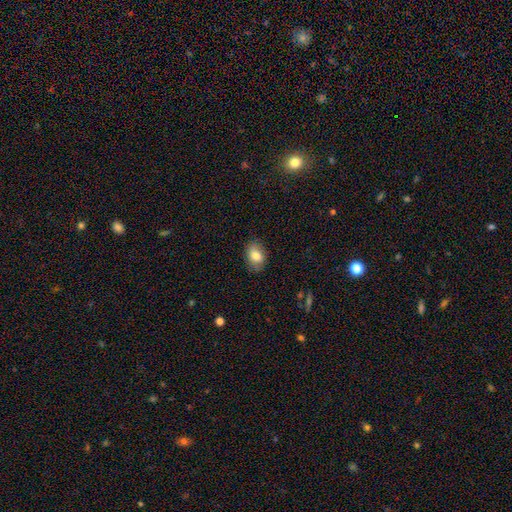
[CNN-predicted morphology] Overall: smooth (81%). How rounded: in between (82%). Merging: none (81%).